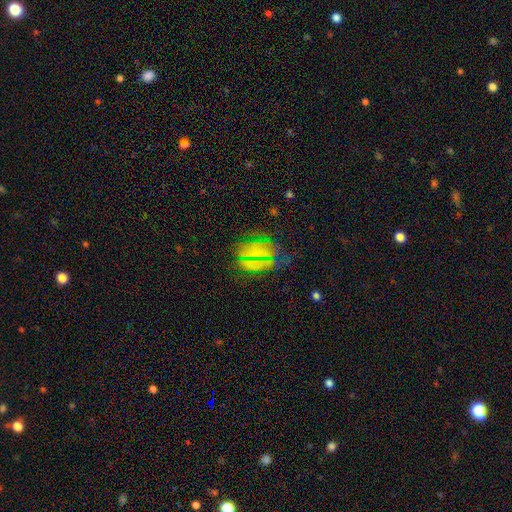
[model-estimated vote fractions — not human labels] Smooth or featured? Predicted: smooth (p=0.38). Merging? Predicted: none (p=0.68).